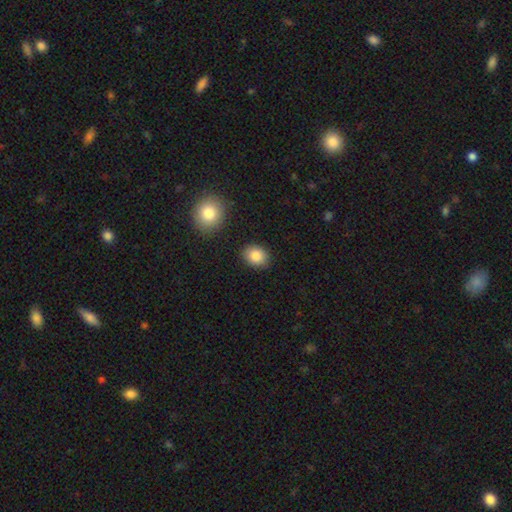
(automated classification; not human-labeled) smooth 85%, star or artifact 8%, featured or disk 6%. Down the decision tree: how rounded — round (52%); merging — none (87%).